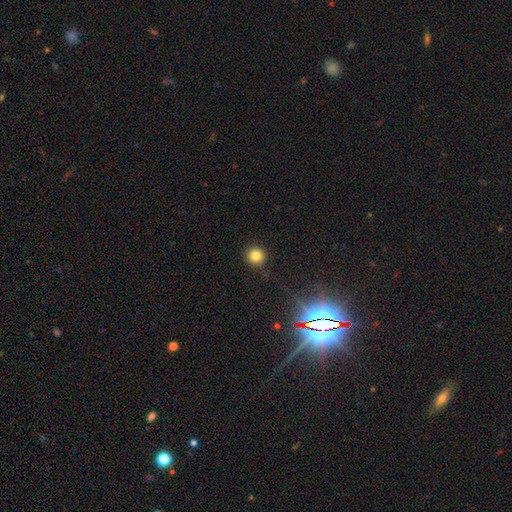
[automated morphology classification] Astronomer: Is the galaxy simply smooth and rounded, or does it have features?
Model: smooth — 81%.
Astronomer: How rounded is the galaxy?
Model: round — 93%.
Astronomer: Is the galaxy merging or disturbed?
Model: none — 88%.